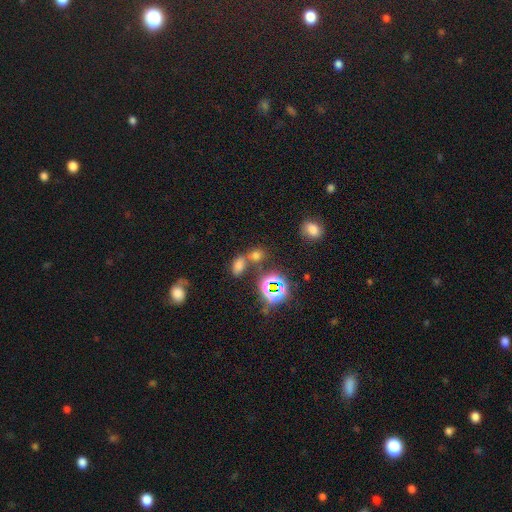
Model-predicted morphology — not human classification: This appears to be a smooth galaxy with no disk features (59%) that is in between round and cigar-shaped (59%). Merging: none (50%).